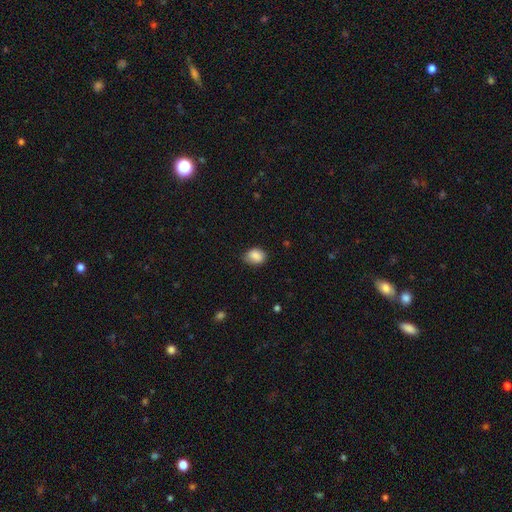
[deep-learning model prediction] A smooth galaxy with no disk features (87%) that is in between round and cigar-shaped (68%). Merging: none (71%).